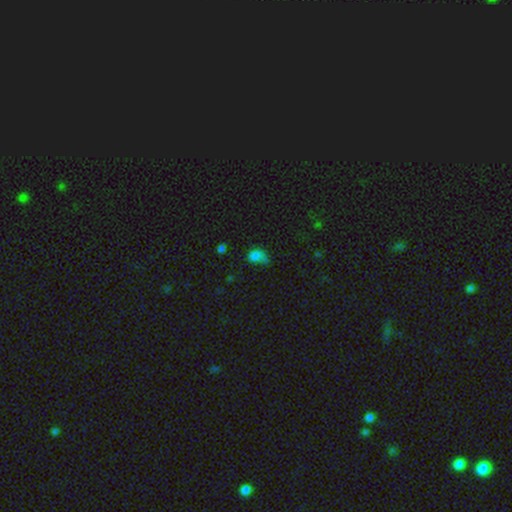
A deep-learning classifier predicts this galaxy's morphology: The model was most divided on "merging": major disturbance: 33%, minor disturbance: 29%, none: 29%, merger: 9%. More confident: smooth or featured — smooth (73%); how rounded — in between (57%).